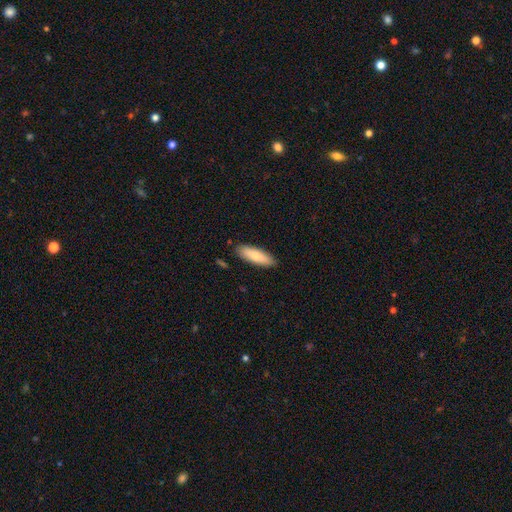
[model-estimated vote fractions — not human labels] smooth 79%, featured or disk 15%, star or artifact 6%. Down the decision tree: how rounded — cigar-shaped (49%, tied with in between); merging — none (87%).